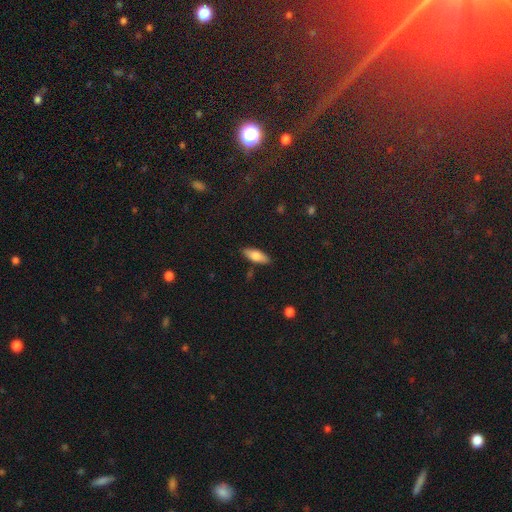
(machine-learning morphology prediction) Q: Smooth or featured?
A: smooth (73%); runner-up: featured or disk (20%)
Q: How rounded?
A: in between (68%); runner-up: cigar-shaped (30%)
Q: Merging?
A: none (86%); runner-up: minor disturbance (10%)